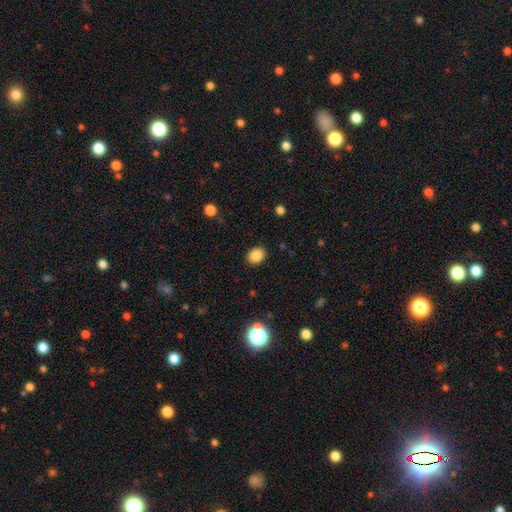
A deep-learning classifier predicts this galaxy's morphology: Smooth or featured?
  - smooth: 86% *
  - star or artifact: 11%
  - featured or disk: 4%
How rounded?
  - round: 53% *
  - in between: 46%
  - cigar-shaped: 1%
Merging?
  - none: 88% *
  - minor disturbance: 8%
  - major disturbance: 2%
  - merger: 1%